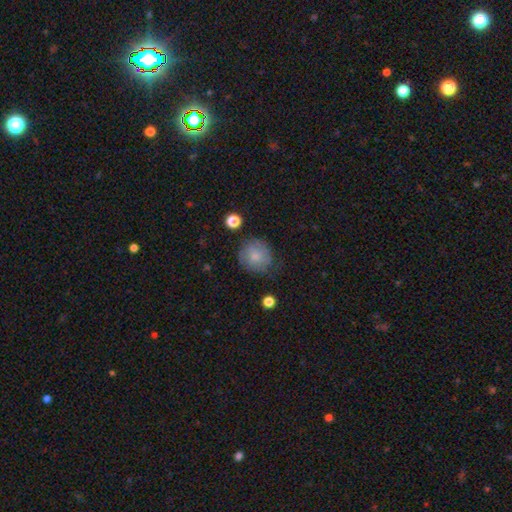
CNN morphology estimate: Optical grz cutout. It shows a smooth galaxy with no disk features (78%) that is round (89%). Merging: none (70%).